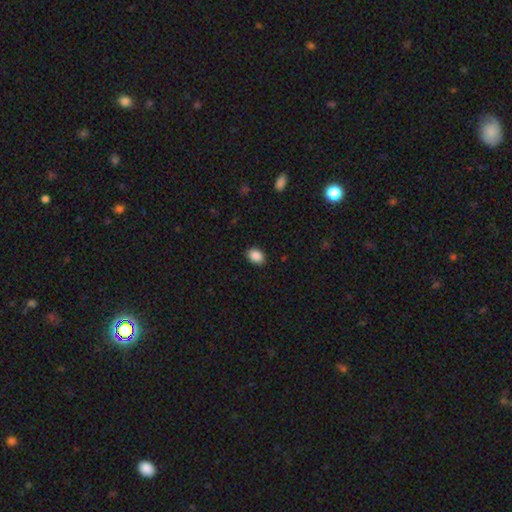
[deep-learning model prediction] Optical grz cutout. It shows a smooth galaxy with no disk features (89%) that is in between round and cigar-shaped (79%). Merging: none (88%).